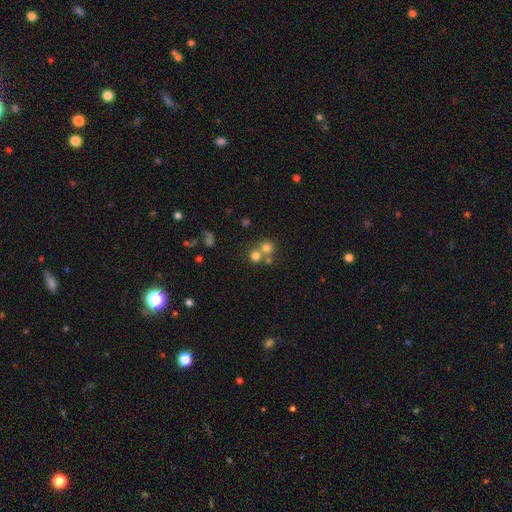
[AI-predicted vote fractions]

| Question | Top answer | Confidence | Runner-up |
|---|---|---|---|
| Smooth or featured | smooth | 70% | star or artifact (17%) |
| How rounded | round | 88% | in between (11%) |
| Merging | none | 46% | merger (45%) |